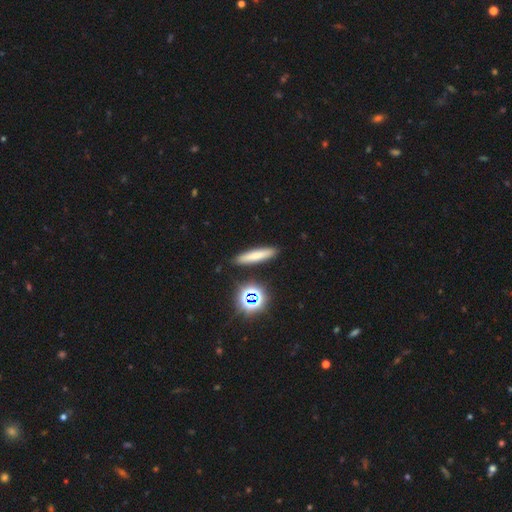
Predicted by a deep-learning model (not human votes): Morphology: type=smooth (72%); roundness=cigar-shaped (85%); merging=none (90%).